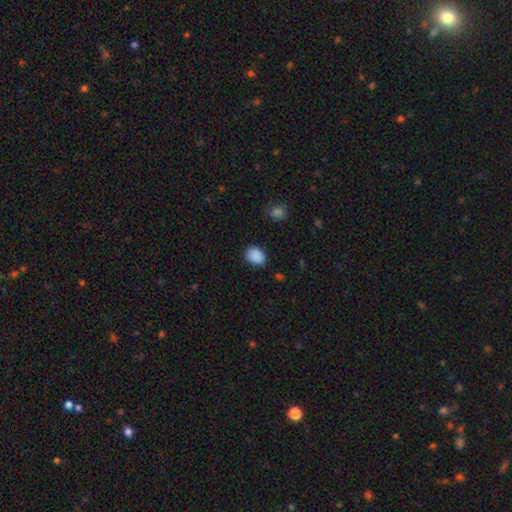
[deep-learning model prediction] A smooth galaxy with no disk features (89%) that is in between round and cigar-shaped (54%). Merging: none (85%).